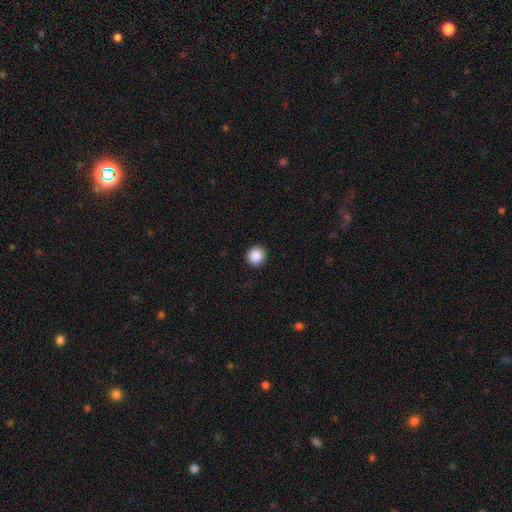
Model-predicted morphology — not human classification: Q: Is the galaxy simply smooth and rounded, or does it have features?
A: smooth — 88%.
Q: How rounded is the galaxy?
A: round — 94%.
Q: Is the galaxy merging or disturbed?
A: none — 93%.